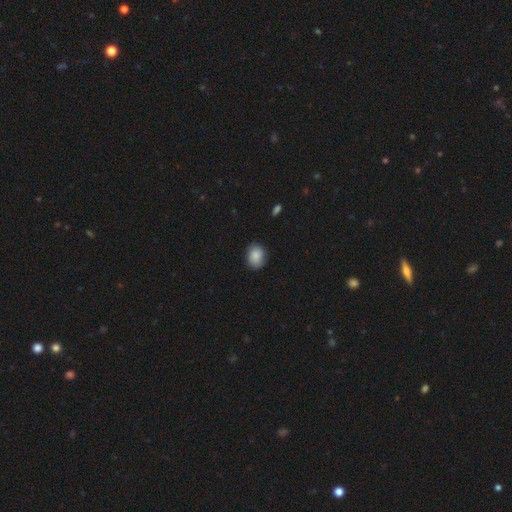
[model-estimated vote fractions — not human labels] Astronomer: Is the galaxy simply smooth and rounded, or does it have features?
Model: smooth — 86%.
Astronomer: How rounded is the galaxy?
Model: in between — 52% (runner-up: round, 48%).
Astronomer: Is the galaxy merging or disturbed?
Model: none — 81%.